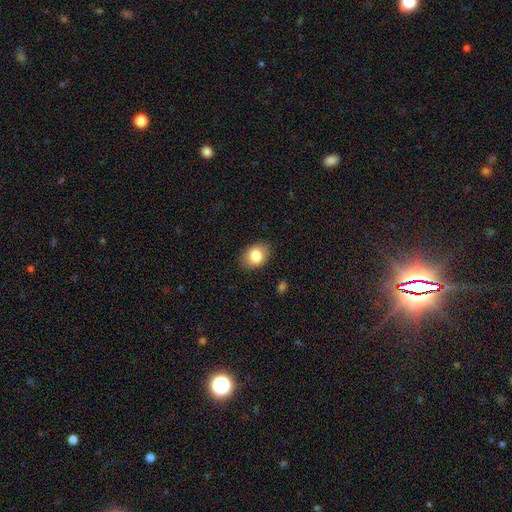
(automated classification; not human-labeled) Overall: smooth (82%). How rounded: in between (77%). Merging: none (84%).